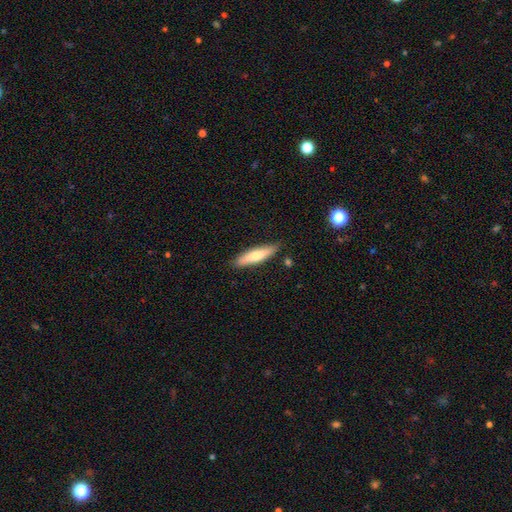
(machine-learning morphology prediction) smooth-or-featured: smooth: 68% | featured or disk: 26% | star or artifact: 6%
  how-rounded: cigar-shaped: 74% | in between: 25% | round: 2%
  merging: none: 85% | minor disturbance: 11% | major disturbance: 2% | merger: 2%